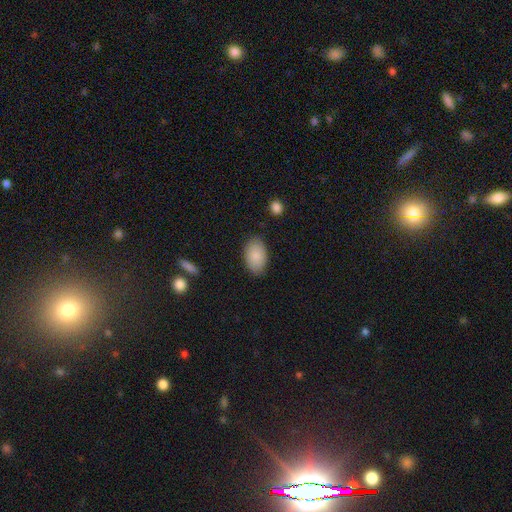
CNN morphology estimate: Smooth or featured? Predicted: smooth (p=0.85). How rounded? Predicted: in between (p=0.92). Merging? Predicted: none (p=0.83).